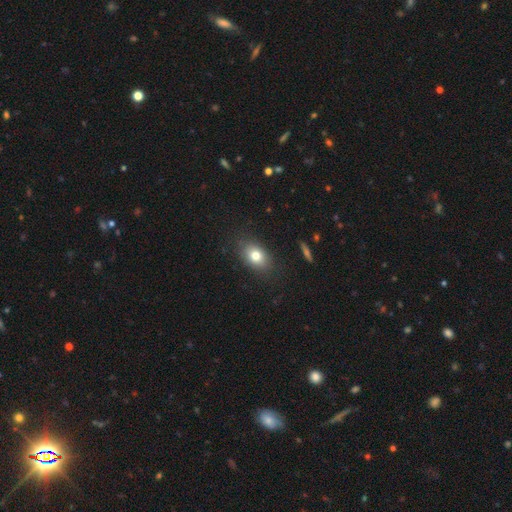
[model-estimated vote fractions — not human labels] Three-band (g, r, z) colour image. It shows a smooth galaxy with no disk features (77%) that is in between round and cigar-shaped (77%). Merging: none (84%).